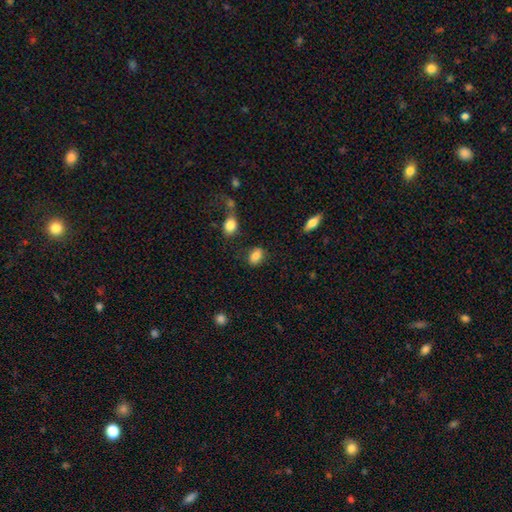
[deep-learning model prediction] smooth 84%, star or artifact 9%, featured or disk 7%. Down the decision tree: how rounded — in between (78%); merging — none (78%).